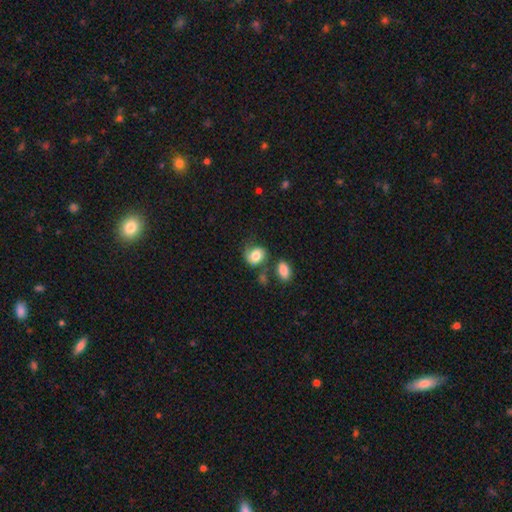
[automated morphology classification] Smooth or featured? smooth (70%)
How rounded? round (51%)
Merging? none (49%)